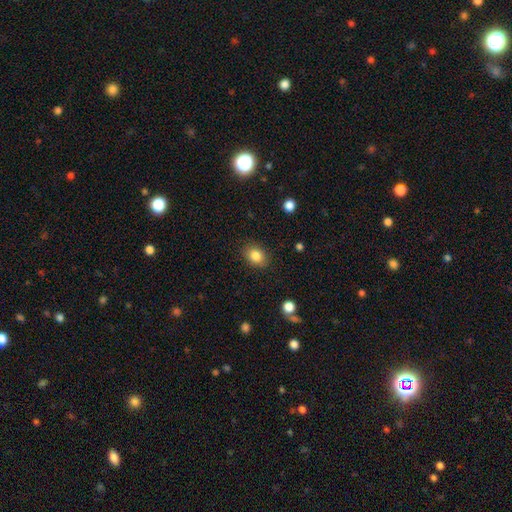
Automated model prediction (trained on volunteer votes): This appears to be a smooth galaxy with no disk features (85%) that is in between round and cigar-shaped (67%). Merging: none (86%).